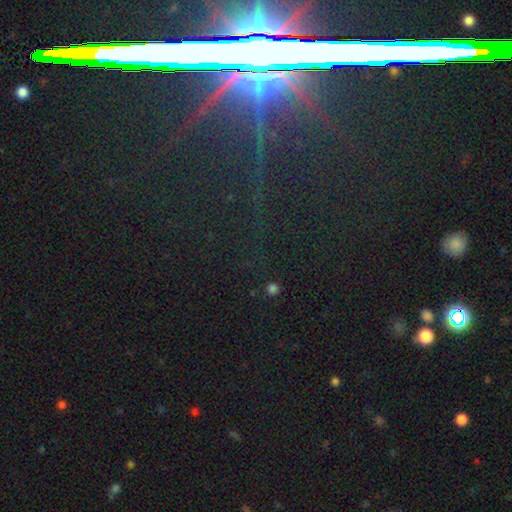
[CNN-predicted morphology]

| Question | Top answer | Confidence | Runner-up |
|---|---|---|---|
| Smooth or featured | star or artifact | 75% | featured or disk (13%) |